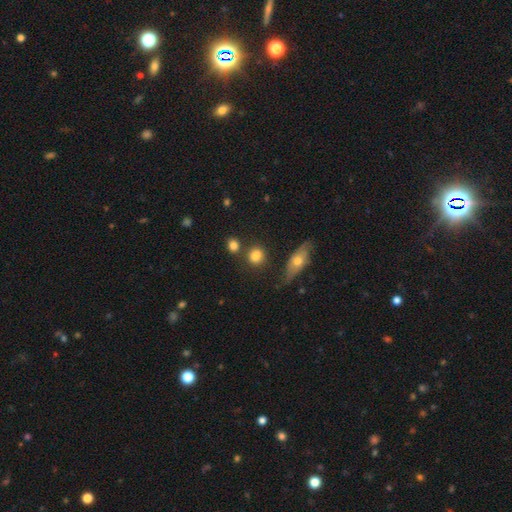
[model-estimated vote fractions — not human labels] This is clearly a smooth galaxy (83%). How rounded: likely round (74%). Merging: likely none (73%).